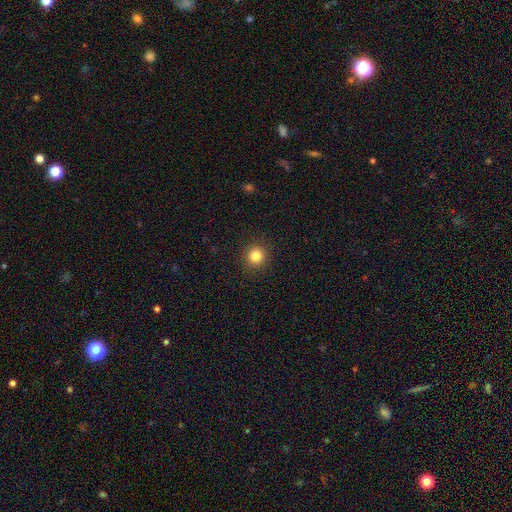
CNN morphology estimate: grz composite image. It shows a smooth galaxy with no disk features (83%) that is round (94%). Merging: none (92%).